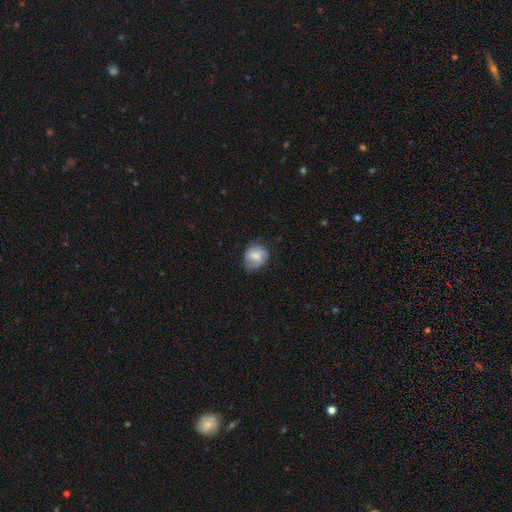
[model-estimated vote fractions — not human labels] Q: Smooth or featured?
A: smooth (72%); runner-up: featured or disk (20%)
Q: How rounded?
A: round (65%); runner-up: in between (34%)
Q: Merging?
A: none (67%); runner-up: minor disturbance (25%)